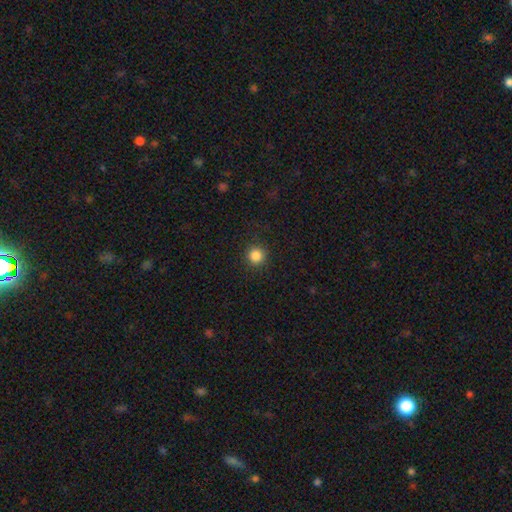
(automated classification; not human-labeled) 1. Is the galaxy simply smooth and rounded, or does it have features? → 85% smooth, 11% star or artifact, 4% featured or disk.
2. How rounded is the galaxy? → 95% round, 4% in between, 1% cigar-shaped.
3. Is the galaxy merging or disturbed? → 91% none, 6% minor disturbance, 2% major disturbance, 1% merger.